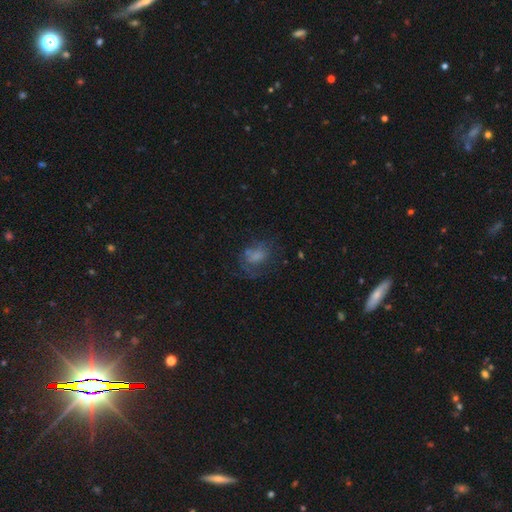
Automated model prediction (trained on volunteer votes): Overall: smooth (50%; featured or disk 35%). Merging: none (43%; major disturbance 30%).